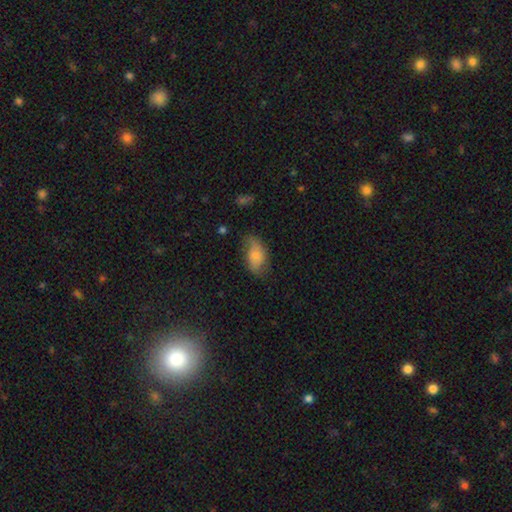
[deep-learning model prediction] smooth-or-featured: smooth: 67% | featured or disk: 26% | star or artifact: 8%
  how-rounded: in between: 92% | round: 6% | cigar-shaped: 3%
  merging: none: 51% | minor disturbance: 32% | major disturbance: 15% | merger: 2%